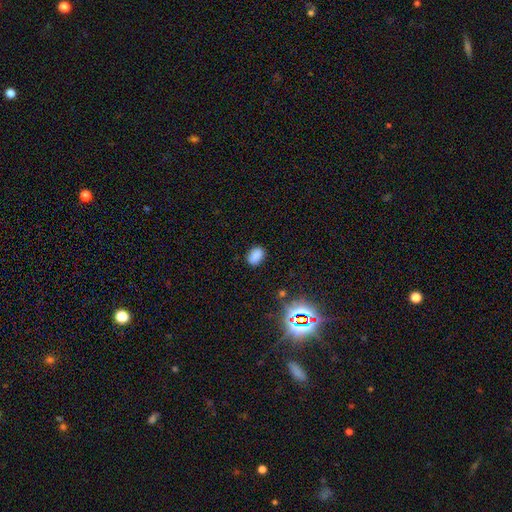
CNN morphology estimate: Overall: smooth (83%). How rounded: in between (83%). Merging: none (85%).